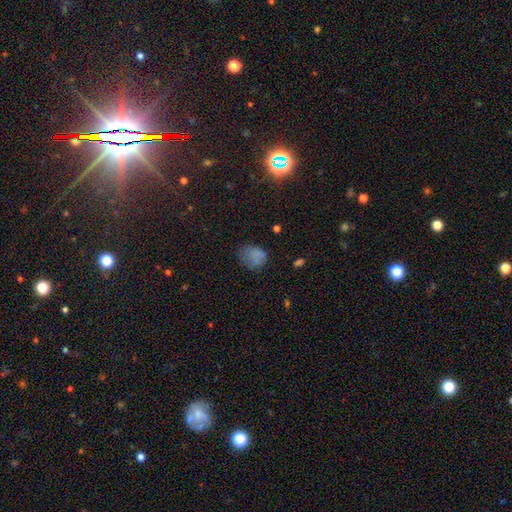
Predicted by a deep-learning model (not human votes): smooth 77%, star or artifact 13%, featured or disk 10%. Down the decision tree: how rounded — round (51%); merging — none (51%).